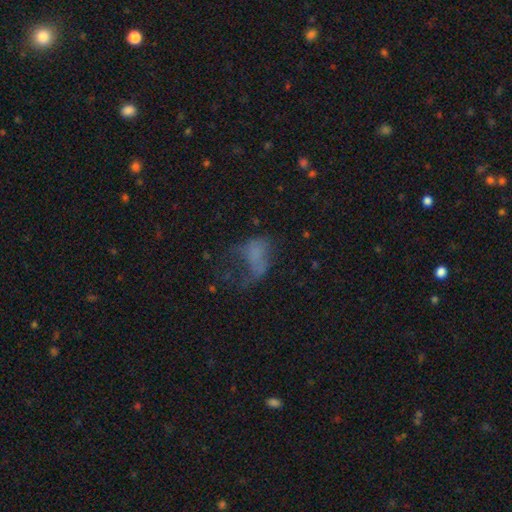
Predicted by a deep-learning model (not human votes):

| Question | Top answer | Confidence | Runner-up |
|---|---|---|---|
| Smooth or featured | smooth | 46% | featured or disk (35%) |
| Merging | major disturbance | 55% | none (23%) |